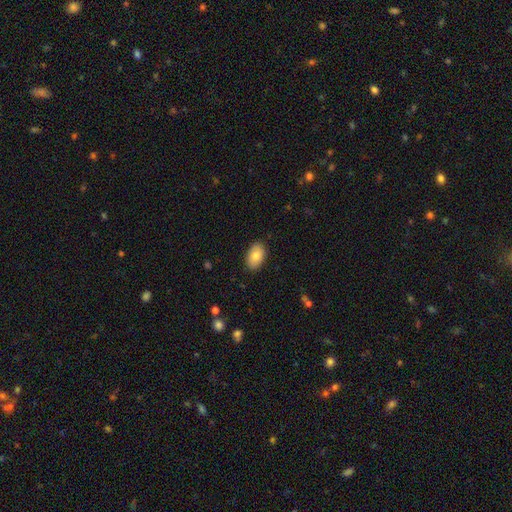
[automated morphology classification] smooth_or_featured: smooth (p=0.82) [alt: featured or disk p=0.11]
how_rounded: in between (p=0.91) [alt: round p=0.07]
merging: none (p=0.88) [alt: minor disturbance p=0.09]